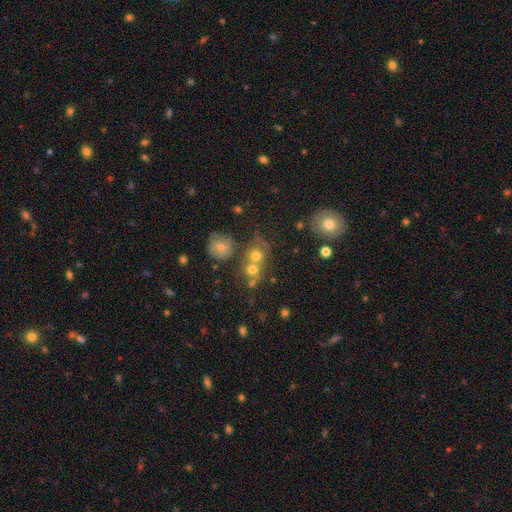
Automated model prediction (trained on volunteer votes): Overall: smooth (69%). How rounded: round (83%). Merging: none (44%; merger 43%).